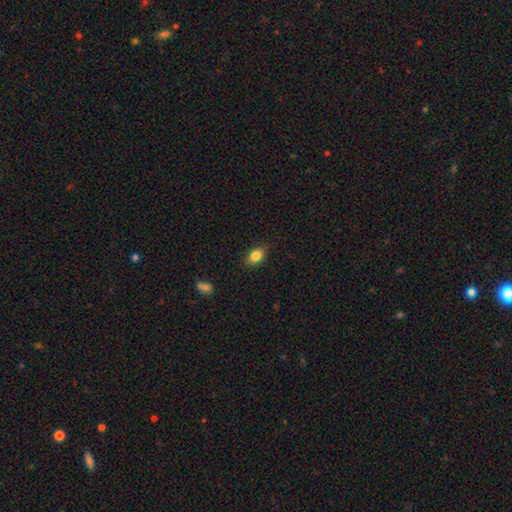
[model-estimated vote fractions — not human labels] Q: Smooth or featured?
A: smooth (84%); runner-up: star or artifact (9%)
Q: How rounded?
A: in between (79%); runner-up: round (19%)
Q: Merging?
A: none (86%); runner-up: minor disturbance (11%)